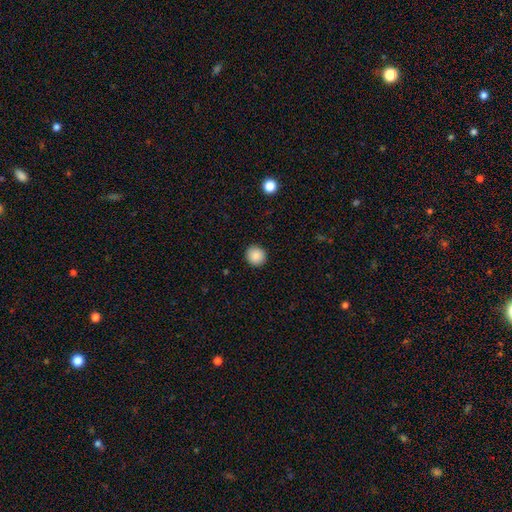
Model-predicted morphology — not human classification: Smooth or featured: smooth — 88% (star or artifact — 9%)
How rounded: round — 93% (in between — 6%)
Merging: none — 92% (minor disturbance — 5%)